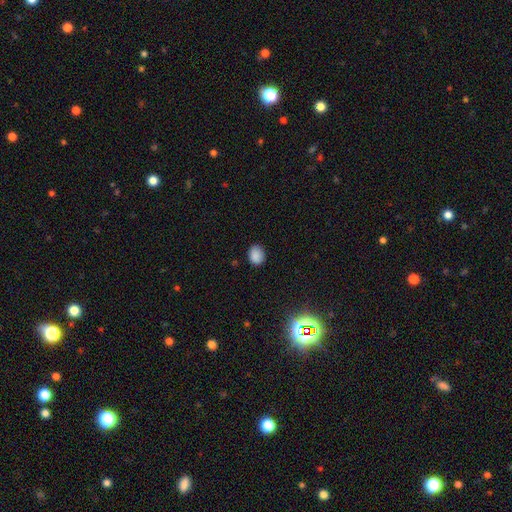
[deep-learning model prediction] Morphology: type=smooth (85%); roundness=in between (50%); merging=none (81%).